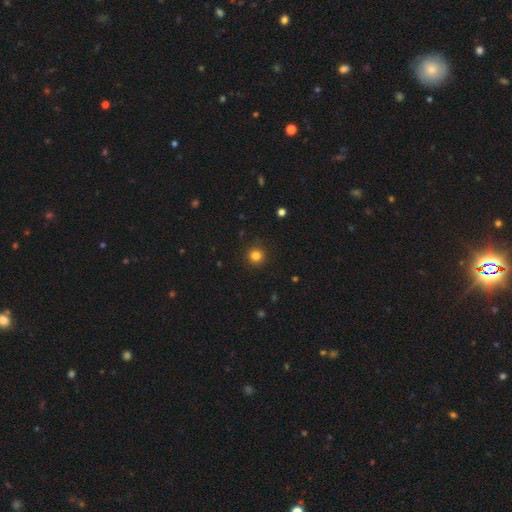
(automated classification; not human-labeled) smooth 82%, star or artifact 13%, featured or disk 5%. Down the decision tree: how rounded — round (95%); merging — none (92%).